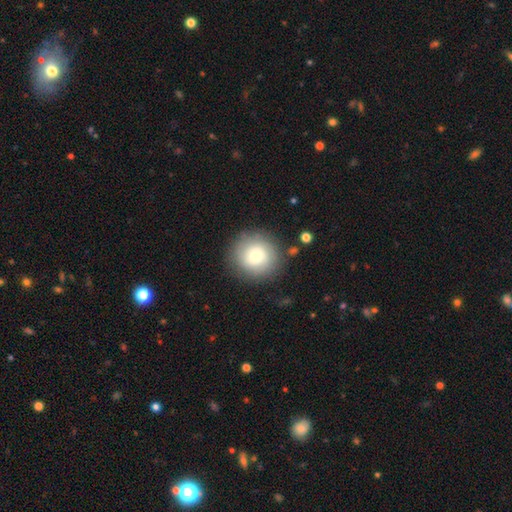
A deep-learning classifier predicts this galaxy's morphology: This is likely a smooth galaxy (67%). How rounded: clearly round (93%). Merging: clearly none (83%).